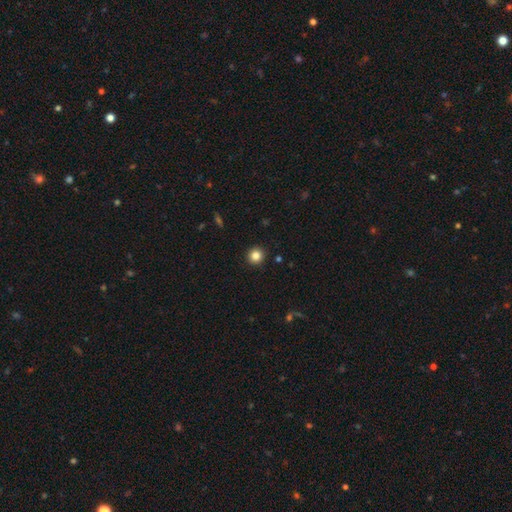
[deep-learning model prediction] The model was most divided on "smooth or featured": smooth: 84%, star or artifact: 11%, featured or disk: 5%. More confident: how rounded — round (94%); merging — none (93%).